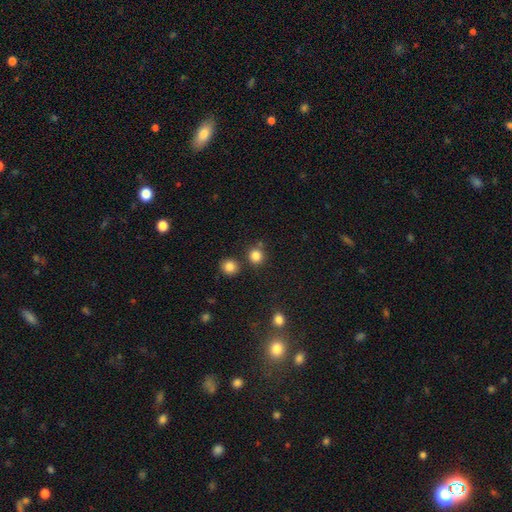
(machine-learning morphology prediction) A smooth galaxy with no disk features (83%) that is round (89%).

Vote fractions:
- Smooth or featured? smooth: 83% / star or artifact: 13% / featured or disk: 4%
- How rounded? round: 89% / in between: 10% / cigar-shaped: 1%
- Merging? none: 76% / merger: 12% / minor disturbance: 9% / major disturbance: 3%